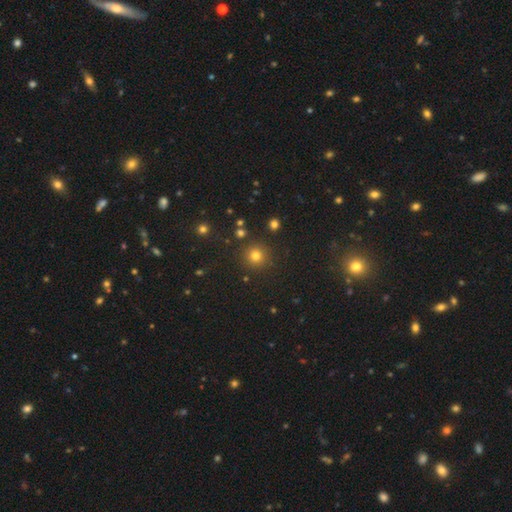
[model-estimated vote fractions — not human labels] Morphology: type=smooth (76%); roundness=round (94%); merging=none (88%).